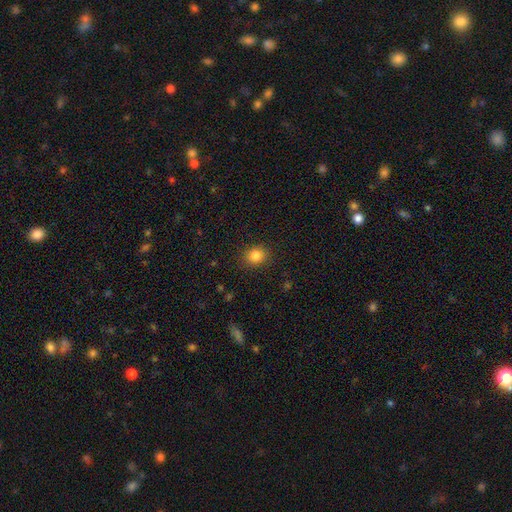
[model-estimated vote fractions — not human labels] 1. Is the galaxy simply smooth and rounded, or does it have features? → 84% smooth, 11% star or artifact, 5% featured or disk.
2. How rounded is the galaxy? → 74% round, 25% in between, 1% cigar-shaped.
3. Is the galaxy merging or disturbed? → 88% none, 8% minor disturbance, 3% major disturbance, 1% merger.